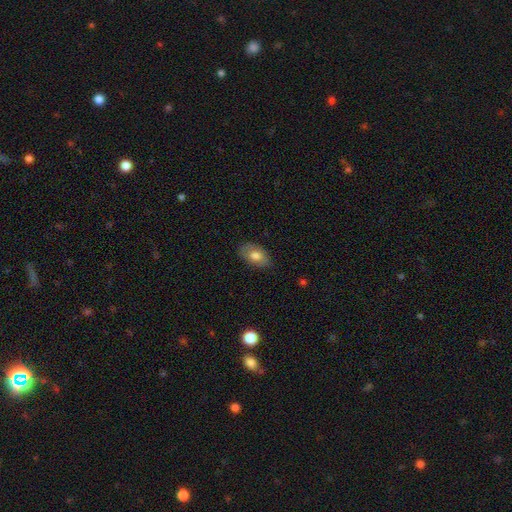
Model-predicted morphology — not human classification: Smooth or featured: smooth — 75% (featured or disk — 18%)
How rounded: in between — 90% (round — 9%)
Merging: none — 82% (minor disturbance — 14%)